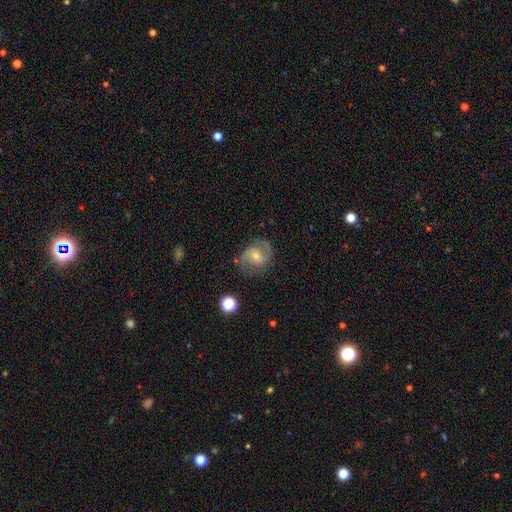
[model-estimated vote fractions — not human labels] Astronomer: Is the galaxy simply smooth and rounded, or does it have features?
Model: featured or disk — 77%.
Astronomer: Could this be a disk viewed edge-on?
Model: no — 97%.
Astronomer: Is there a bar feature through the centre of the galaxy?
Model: weak — 48% (runner-up: no, 34%).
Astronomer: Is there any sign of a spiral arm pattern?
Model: yes — 93%.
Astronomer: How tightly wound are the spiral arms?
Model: medium — 55%.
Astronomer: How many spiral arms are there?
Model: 2 — 88%.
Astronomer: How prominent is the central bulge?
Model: moderate — 47% (runner-up: small, 45%).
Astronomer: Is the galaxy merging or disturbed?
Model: none — 74%.